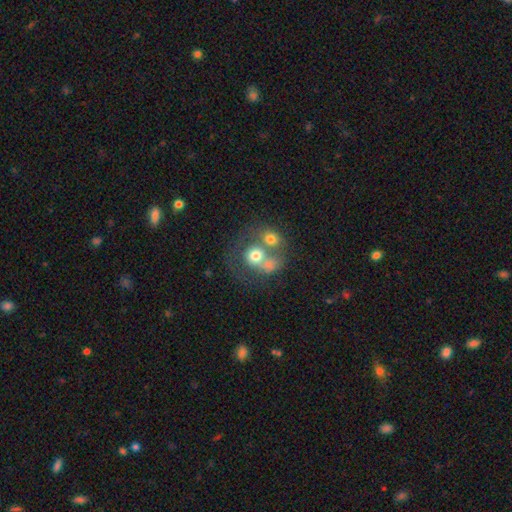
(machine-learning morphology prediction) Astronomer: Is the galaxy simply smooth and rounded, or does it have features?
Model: smooth — 59%.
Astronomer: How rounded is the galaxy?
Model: round — 69%.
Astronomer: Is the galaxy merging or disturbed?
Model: merger — 61%.